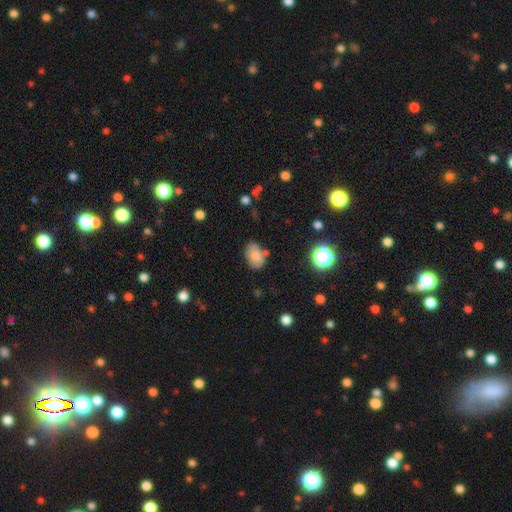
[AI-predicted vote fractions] Smooth or featured: smooth — 75% (featured or disk — 14%)
How rounded: in between — 79% (round — 19%)
Merging: none — 57% (minor disturbance — 25%)